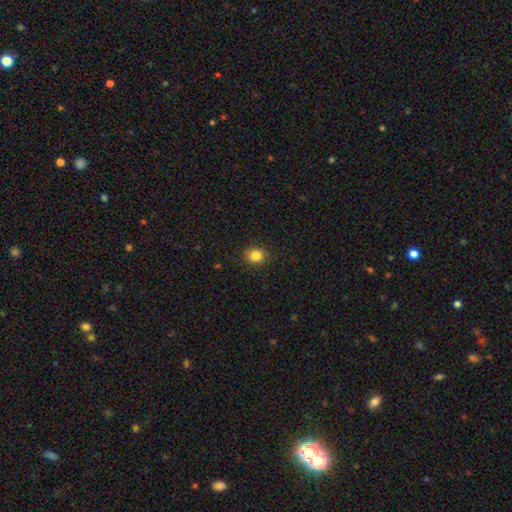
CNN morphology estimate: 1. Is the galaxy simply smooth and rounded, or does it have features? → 84% smooth, 11% star or artifact, 5% featured or disk.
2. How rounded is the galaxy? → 82% round, 17% in between, 1% cigar-shaped.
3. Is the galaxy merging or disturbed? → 90% none, 7% minor disturbance, 2% major disturbance, 1% merger.